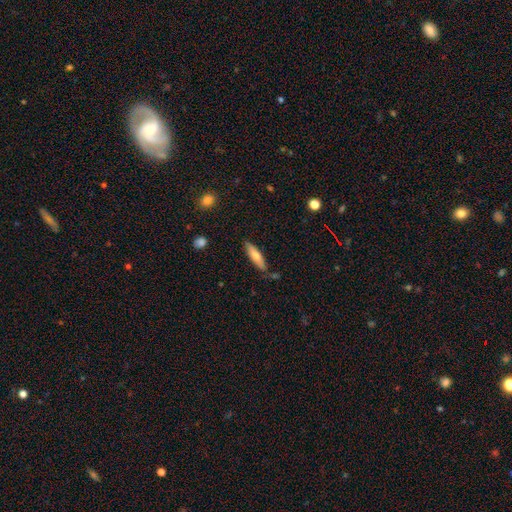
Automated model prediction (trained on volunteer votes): Overall: smooth (65%; featured or disk 28%). How rounded: cigar-shaped (69%; in between 30%). Merging: none (78%).